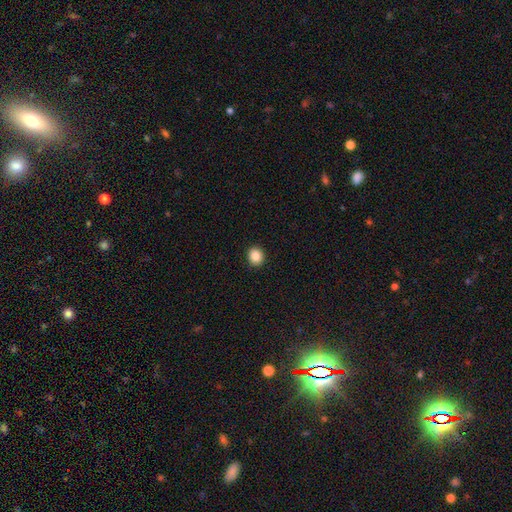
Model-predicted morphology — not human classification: This appears to be a smooth galaxy with no disk features (86%) that is round (81%). Merging: none (93%).